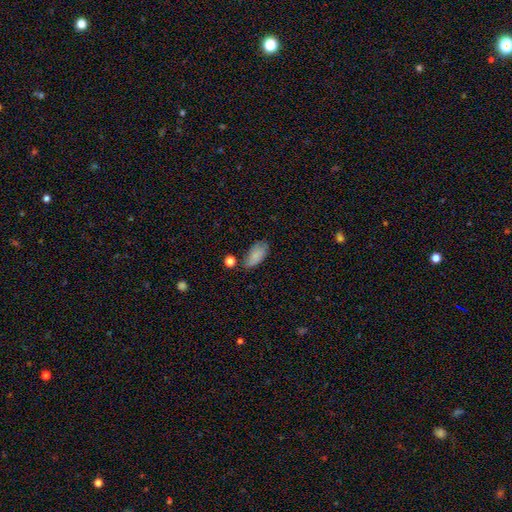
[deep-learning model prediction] Overall: smooth (81%). How rounded: in between (92%). Merging: none (63%; minor disturbance 25%).